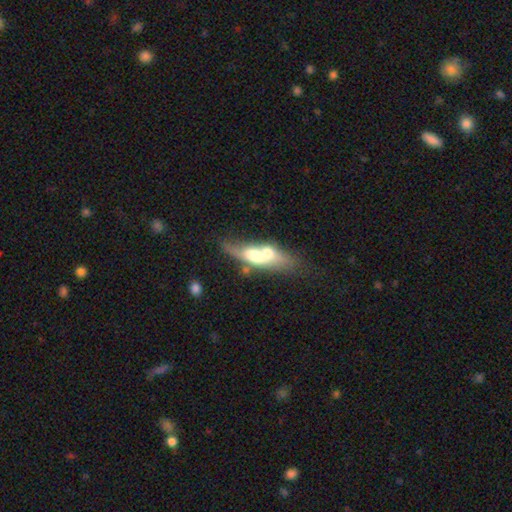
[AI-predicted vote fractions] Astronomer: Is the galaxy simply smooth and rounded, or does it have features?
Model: featured or disk — 47% (runner-up: smooth, 46%).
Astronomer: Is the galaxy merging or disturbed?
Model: merger — 51% (runner-up: none, 27%).